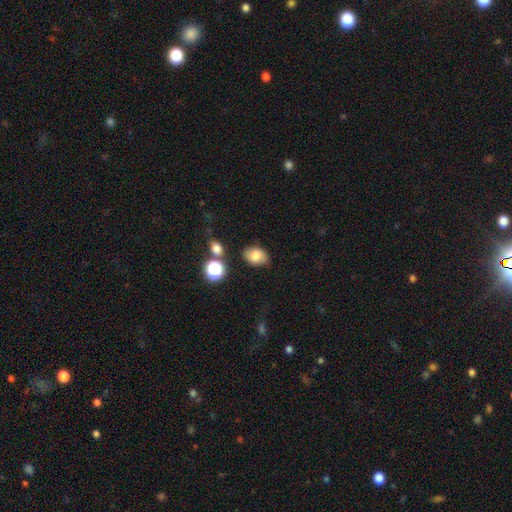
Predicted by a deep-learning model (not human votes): Smooth or featured: smooth — 79% (featured or disk — 11%)
How rounded: in between — 79% (round — 20%)
Merging: none — 77% (minor disturbance — 15%)